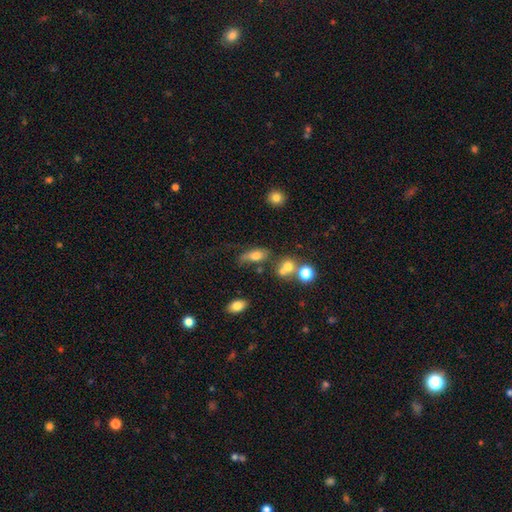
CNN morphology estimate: Smooth or featured? smooth (68%)
How rounded? in between (76%)
Merging? none (38%)